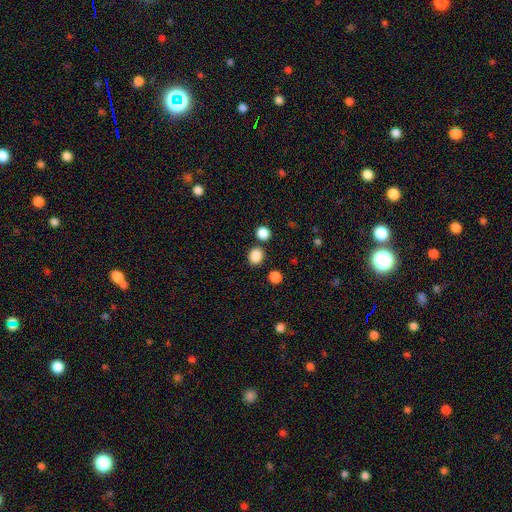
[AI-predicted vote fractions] Q: Smooth or featured?
A: smooth (86%); runner-up: star or artifact (11%)
Q: How rounded?
A: round (73%); runner-up: in between (26%)
Q: Merging?
A: none (81%); runner-up: merger (9%)